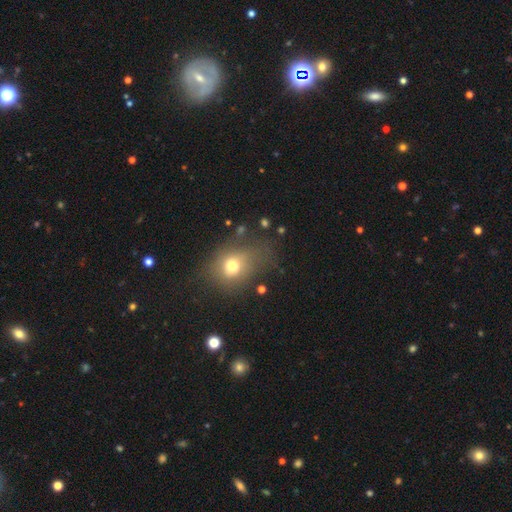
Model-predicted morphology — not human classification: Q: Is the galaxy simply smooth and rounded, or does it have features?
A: smooth — 65%.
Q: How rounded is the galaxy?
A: round — 51%.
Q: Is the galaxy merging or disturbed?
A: none — 62%.